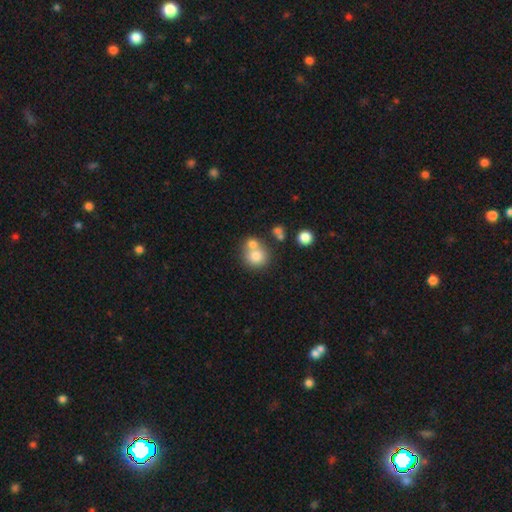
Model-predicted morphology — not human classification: type=smooth (74%); roundness=round (86%); merging=none (46%).